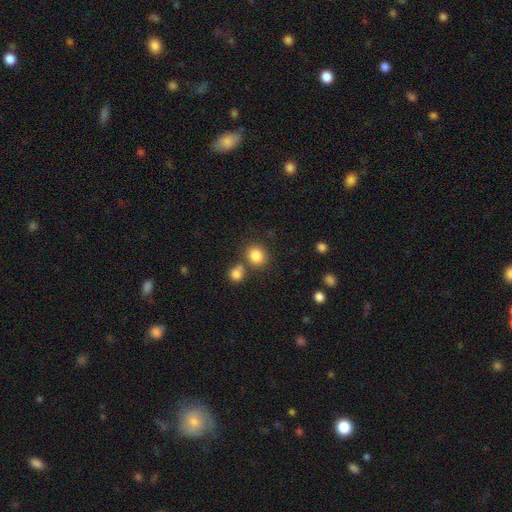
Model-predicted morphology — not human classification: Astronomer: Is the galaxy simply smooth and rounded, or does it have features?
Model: smooth — 84%.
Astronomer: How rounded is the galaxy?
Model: round — 79%.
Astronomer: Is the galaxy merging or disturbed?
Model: none — 69%.